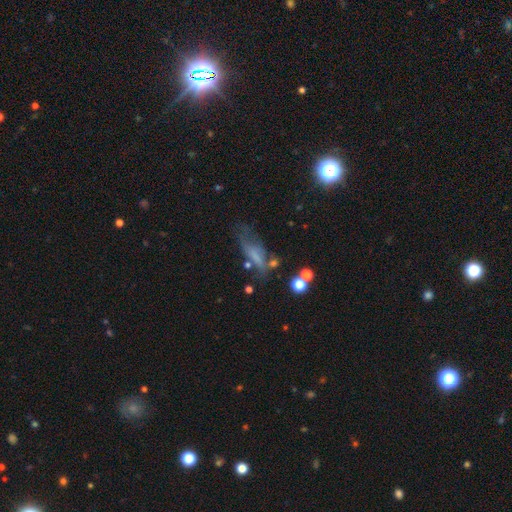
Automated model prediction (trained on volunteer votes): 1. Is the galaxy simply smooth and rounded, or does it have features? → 46% smooth, 36% featured or disk, 18% star or artifact.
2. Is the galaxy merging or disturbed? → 37% none, 28% major disturbance, 25% minor disturbance, 10% merger.